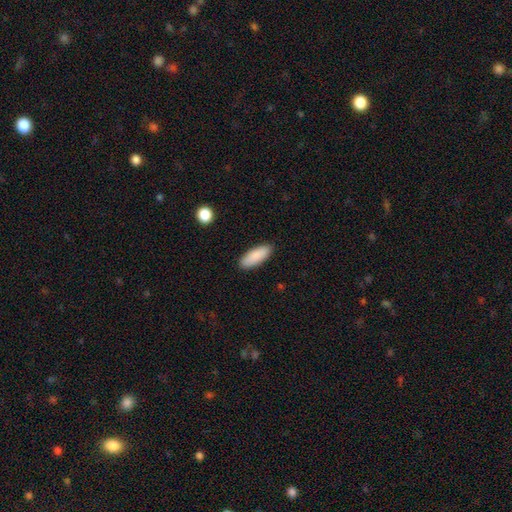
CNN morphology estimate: Smooth or featured: smooth — 89% (star or artifact — 6%)
How rounded: in between — 75% (cigar-shaped — 24%)
Merging: none — 88% (minor disturbance — 9%)